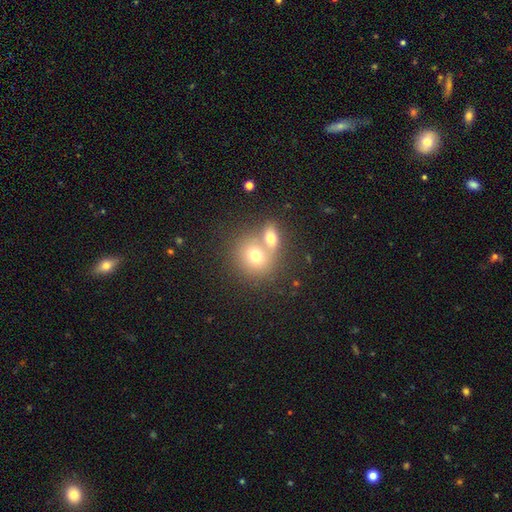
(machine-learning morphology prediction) type=smooth (71%); roundness=round (73%); merging=merger (53%).